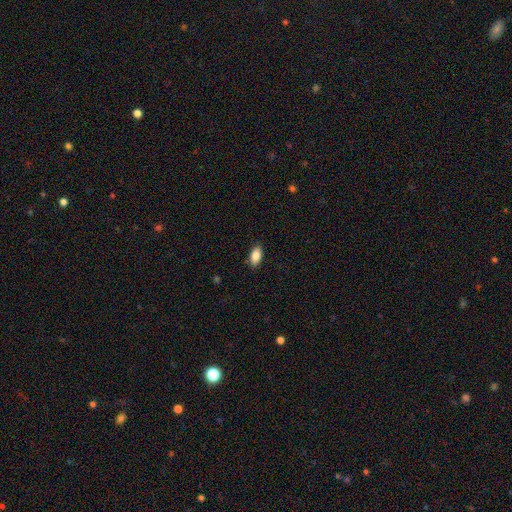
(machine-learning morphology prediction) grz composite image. It shows a smooth galaxy with no disk features (88%) that is in between round and cigar-shaped (91%). Merging: none (88%).